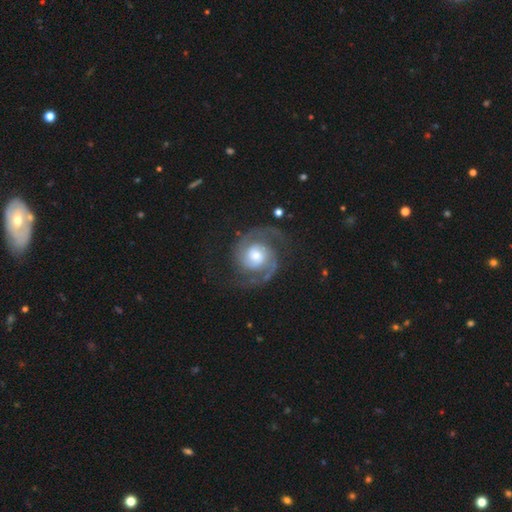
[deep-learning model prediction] Q: Smooth or featured?
A: featured or disk (91%); runner-up: smooth (5%)
Q: Edge-on disk?
A: no (98%); runner-up: yes (2%)
Q: Bar?
A: no (64%); runner-up: weak (29%)
Q: Spiral arms?
A: yes (98%); runner-up: no (2%)
Q: Spiral winding?
A: medium (52%); runner-up: tight (37%)
Q: Spiral arm count?
A: 2 (93%); runner-up: 3 (2%)
Q: Bulge size?
A: moderate (59%); runner-up: small (20%)
Q: Merging?
A: none (78%); runner-up: minor disturbance (13%)